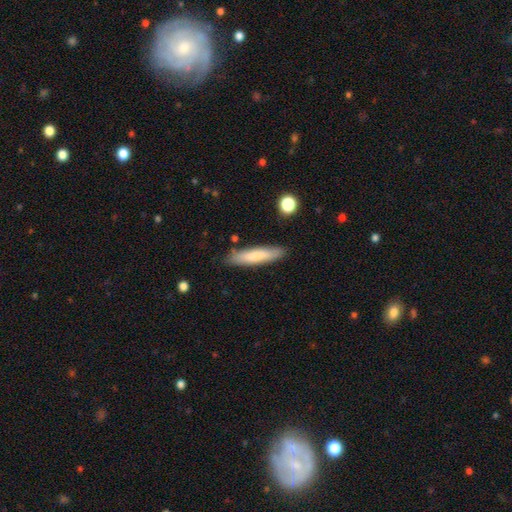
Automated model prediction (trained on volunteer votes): Smooth or featured? Predicted: smooth (p=0.73). How rounded? Predicted: cigar-shaped (p=0.84). Merging? Predicted: none (p=0.85).